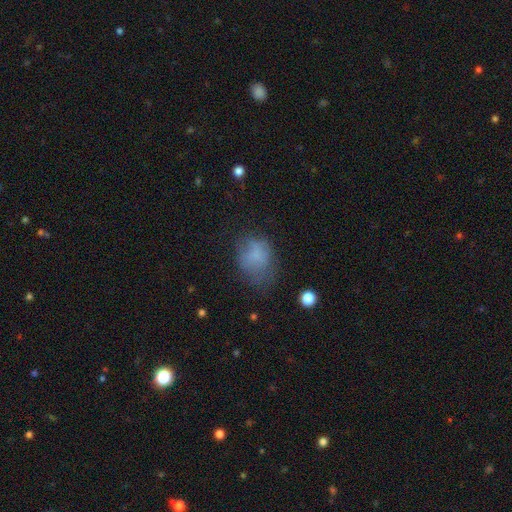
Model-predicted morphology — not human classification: type=smooth (67%); roundness=in between (58%); merging=none (46%).